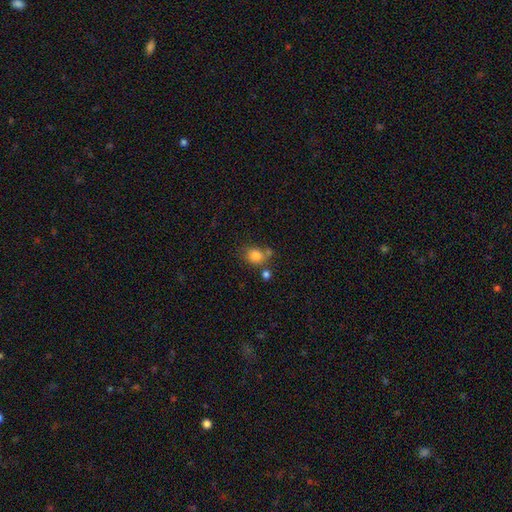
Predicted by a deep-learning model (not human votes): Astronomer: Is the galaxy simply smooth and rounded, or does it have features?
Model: smooth — 81%.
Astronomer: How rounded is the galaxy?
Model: round — 63%.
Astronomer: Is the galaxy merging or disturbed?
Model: none — 56%.